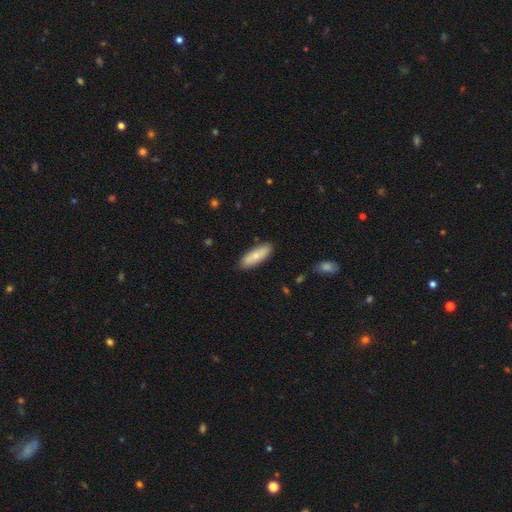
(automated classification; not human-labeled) smooth_or_featured: smooth (p=0.72) [alt: featured or disk p=0.22]
how_rounded: in between (p=0.63) [alt: cigar-shaped p=0.35]
merging: none (p=0.86) [alt: minor disturbance p=0.10]